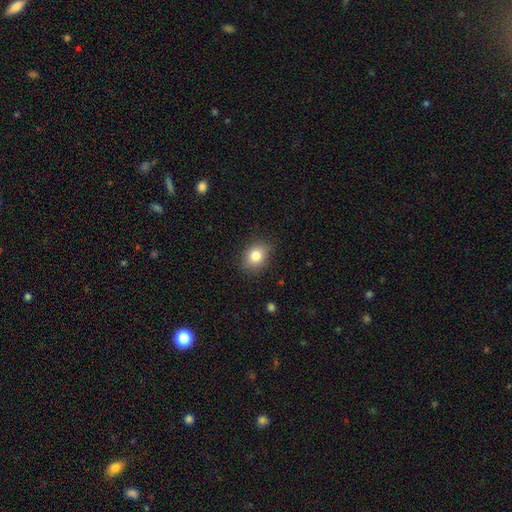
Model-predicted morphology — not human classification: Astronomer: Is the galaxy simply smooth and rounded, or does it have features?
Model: smooth — 83%.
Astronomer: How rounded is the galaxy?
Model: in between — 51% (runner-up: round, 47%).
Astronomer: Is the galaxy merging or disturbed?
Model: none — 84%.